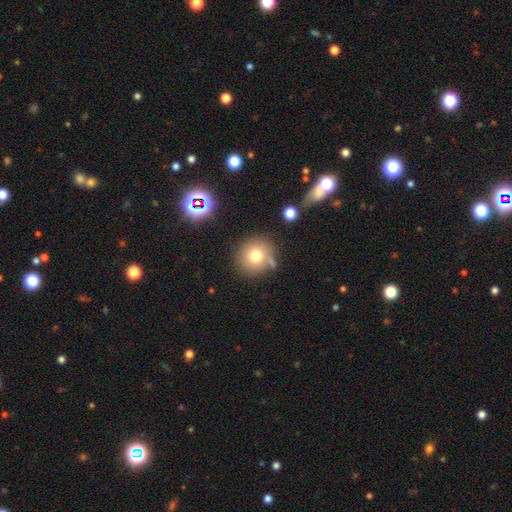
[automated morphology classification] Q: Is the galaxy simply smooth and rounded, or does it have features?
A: smooth — 76%.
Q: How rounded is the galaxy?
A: round — 89%.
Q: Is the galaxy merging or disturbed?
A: none — 71%.